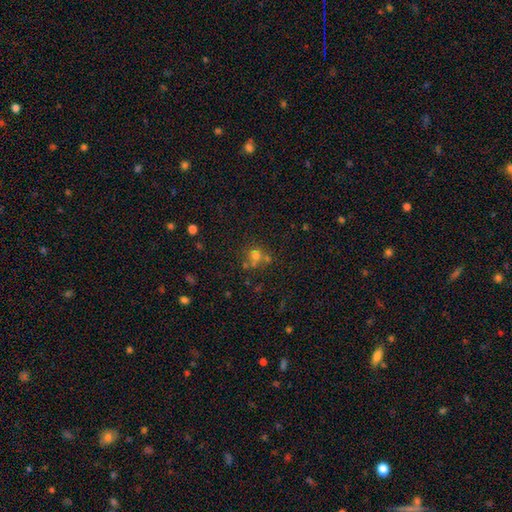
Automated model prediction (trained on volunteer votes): smooth_or_featured: smooth (p=0.62) [alt: star or artifact p=0.24]
how_rounded: round (p=0.81) [alt: in between p=0.18]
merging: none (p=0.52) [alt: merger p=0.30]